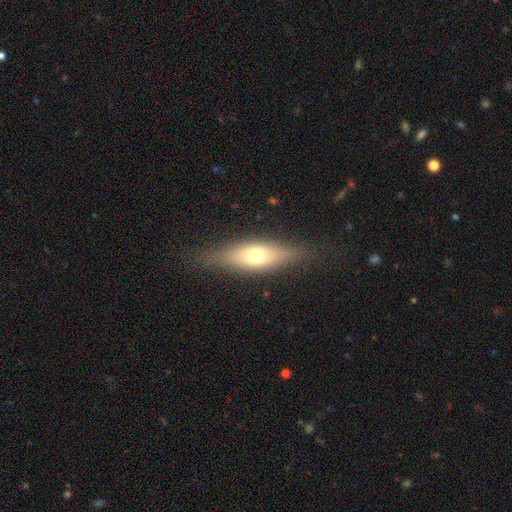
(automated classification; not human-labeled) This is possibly a smooth galaxy (55%). How rounded: possibly in between (49%). Merging: likely none (80%).